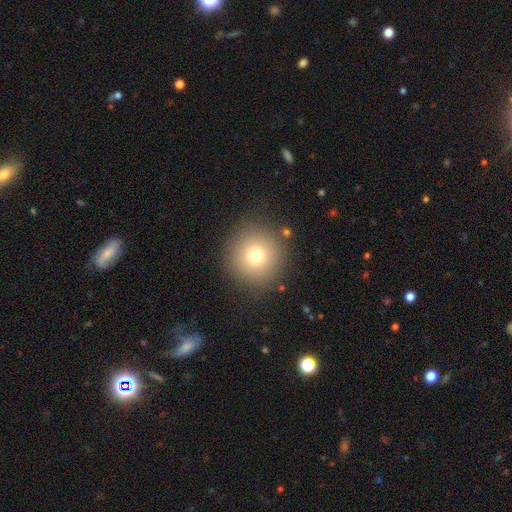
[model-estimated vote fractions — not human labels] Smooth or featured: smooth — 75% (star or artifact — 14%)
How rounded: round — 96% (in between — 4%)
Merging: none — 88% (minor disturbance — 7%)